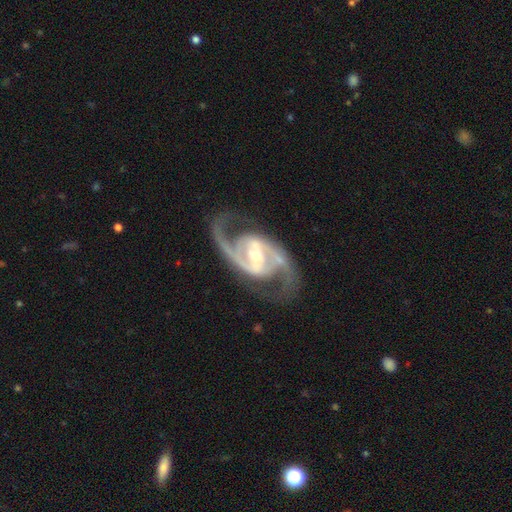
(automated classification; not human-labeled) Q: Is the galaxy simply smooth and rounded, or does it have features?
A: featured or disk — 93%.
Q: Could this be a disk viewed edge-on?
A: no — 97%.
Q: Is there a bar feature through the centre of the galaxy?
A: weak — 43%.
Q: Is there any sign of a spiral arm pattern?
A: yes — 98%.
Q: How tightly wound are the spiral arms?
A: medium — 65%.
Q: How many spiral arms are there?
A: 2 — 94%.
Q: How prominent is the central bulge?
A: moderate — 51%.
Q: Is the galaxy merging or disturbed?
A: none — 81%.